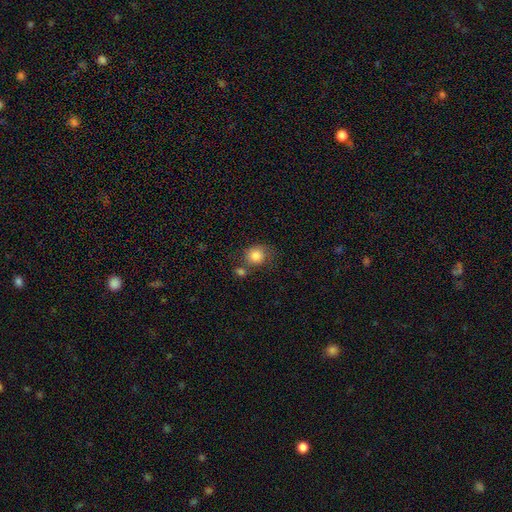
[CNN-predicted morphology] A smooth galaxy with no disk features (83%) that is round (79%). Merging: none (59%).